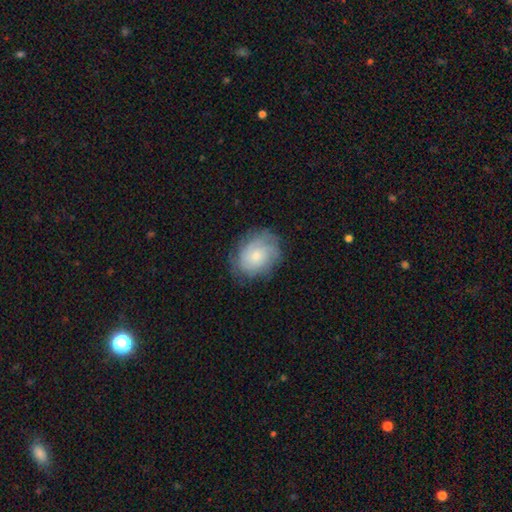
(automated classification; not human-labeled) A smooth galaxy with no disk features (47%).

Vote fractions:
- Smooth or featured? smooth: 47% / featured or disk: 45% / star or artifact: 8%
- Merging? none: 73% / minor disturbance: 19% / major disturbance: 7% / merger: 1%